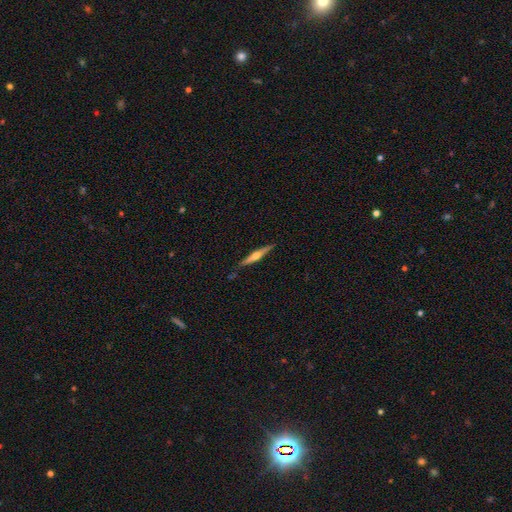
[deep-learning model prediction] smooth_or_featured: featured or disk (p=0.70) [alt: smooth p=0.25]
disk_edge_on: yes (p=0.98) [alt: no p=0.02]
edge_on_bulge: rounded (p=0.93) [alt: none p=0.04]
merging: none (p=0.88) [alt: minor disturbance p=0.09]